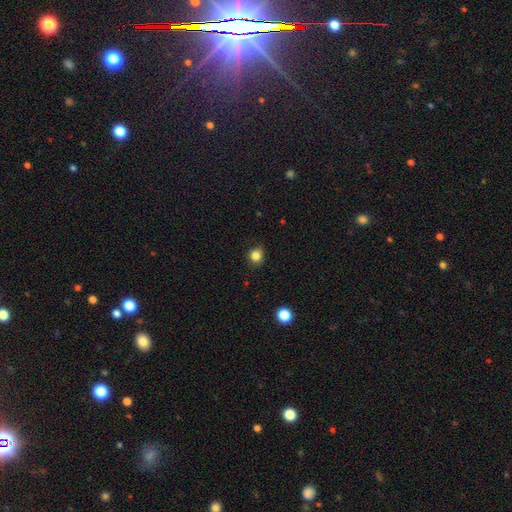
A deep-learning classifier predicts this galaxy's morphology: This is clearly a smooth galaxy (84%). How rounded: clearly round (83%). Merging: clearly none (81%).